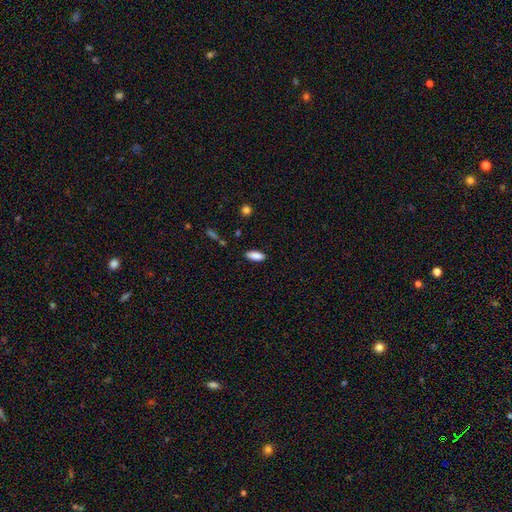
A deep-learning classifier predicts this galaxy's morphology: The model was most divided on "how rounded": in between: 82%, cigar-shaped: 16%, round: 2%. More confident: smooth or featured — smooth (88%); merging — none (86%).